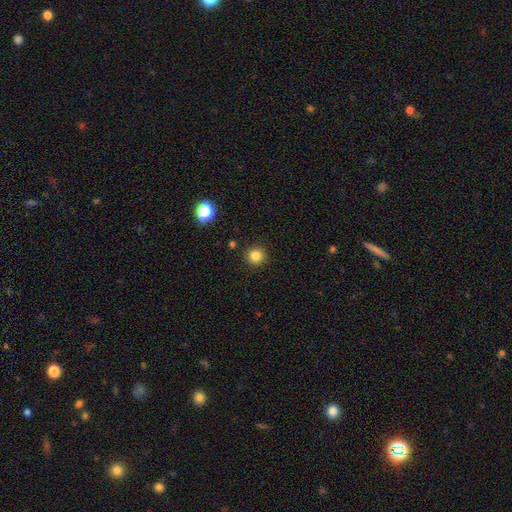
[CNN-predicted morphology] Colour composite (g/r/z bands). It shows a smooth galaxy with no disk features (82%) that is round (95%). Merging: none (92%).